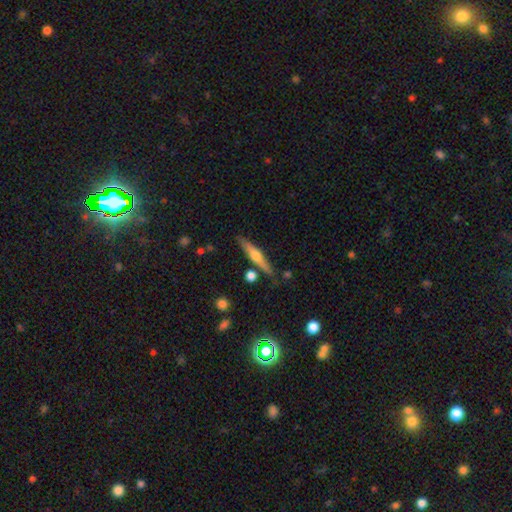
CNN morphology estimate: Smooth or featured? Predicted: featured or disk (p=0.57). Edge-on disk? Predicted: yes (p=0.96). Edge-on bulge? Predicted: rounded (p=0.86). Merging? Predicted: none (p=0.82).